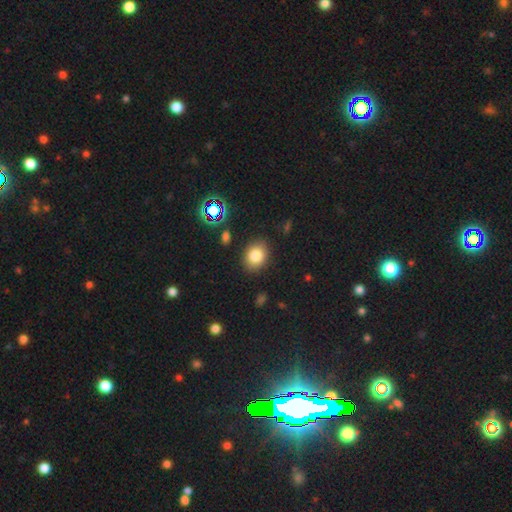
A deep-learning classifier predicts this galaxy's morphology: This appears to be a smooth galaxy with no disk features (80%) that is in between round and cigar-shaped (55%). Merging: none (85%).